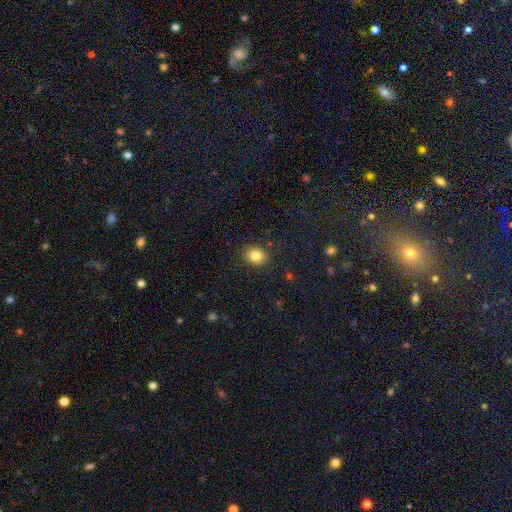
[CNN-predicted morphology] type=smooth (84%); roundness=in between (50%); merging=none (88%).